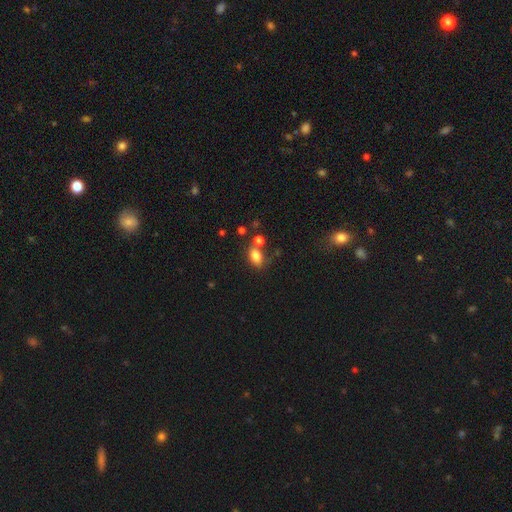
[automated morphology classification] A smooth galaxy with no disk features (81%) that is in between round and cigar-shaped (82%). Merging: none (56%).